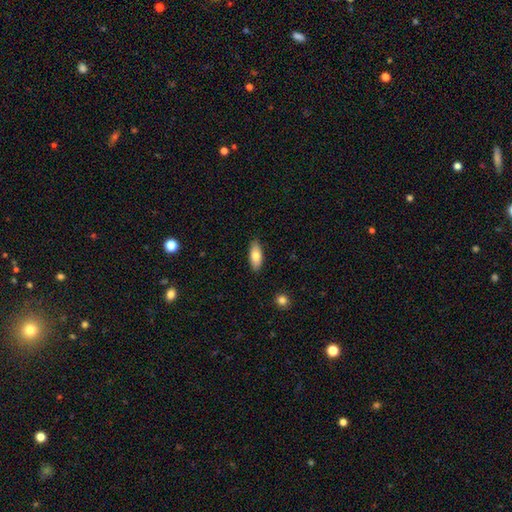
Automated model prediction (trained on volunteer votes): Smooth or featured: smooth — 75% (featured or disk — 19%)
How rounded: in between — 78% (cigar-shaped — 19%)
Merging: none — 88% (minor disturbance — 9%)